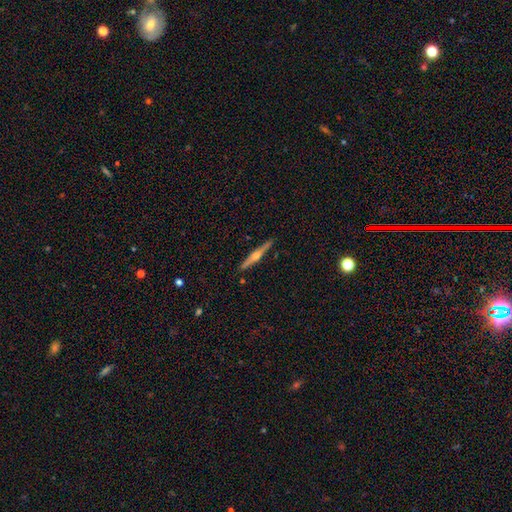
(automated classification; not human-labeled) featured or disk 78%, smooth 17%, star or artifact 6%. Down the decision tree: edge-on disk — yes (98%); edge-on bulge — rounded (91%); merging — none (91%).